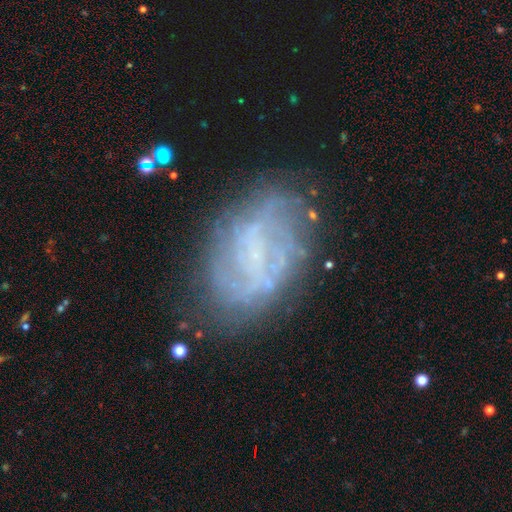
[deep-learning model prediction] This is likely a featured or disk galaxy (72%). It is clearly not viewed edge-on (97%). Bar: possibly no (46%). Spiral arm pattern: likely yes (71%). Central bulge: possibly none (53%). Merging: likely none (68%).